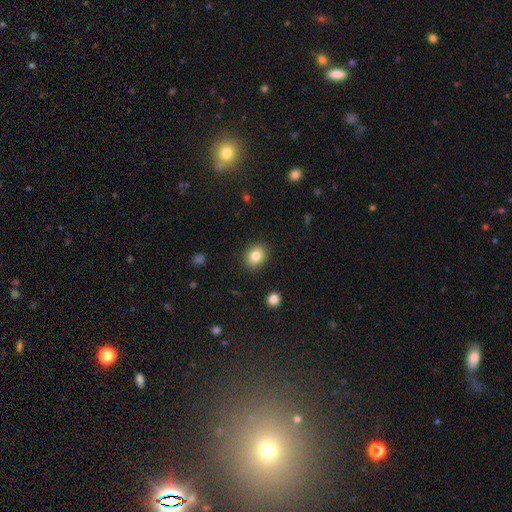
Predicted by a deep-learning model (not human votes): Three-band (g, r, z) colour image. It shows a smooth galaxy with no disk features (82%) that is round (53%). Merging: none (89%).